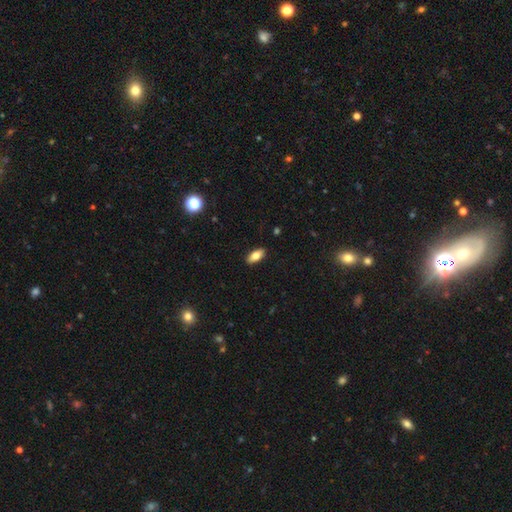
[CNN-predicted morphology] A smooth galaxy with no disk features (75%) that is in between round and cigar-shaped (85%).

Vote fractions:
- Smooth or featured? smooth: 75% / featured or disk: 17% / star or artifact: 7%
- How rounded? in between: 85% / cigar-shaped: 12% / round: 3%
- Merging? none: 89% / minor disturbance: 8% / major disturbance: 2% / merger: 1%